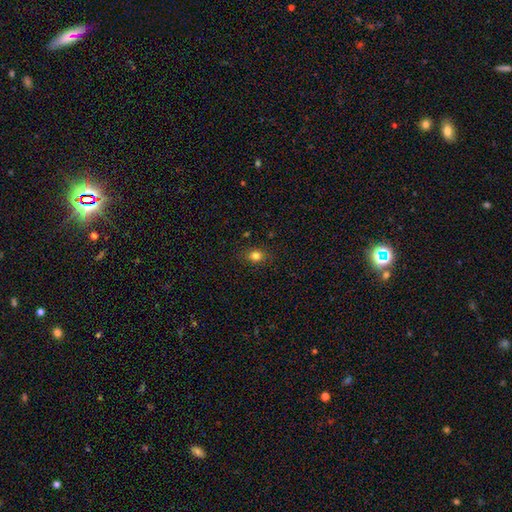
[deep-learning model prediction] Smooth or featured? Predicted: smooth (p=0.81). How rounded? Predicted: round (p=0.61). Merging? Predicted: none (p=0.85).